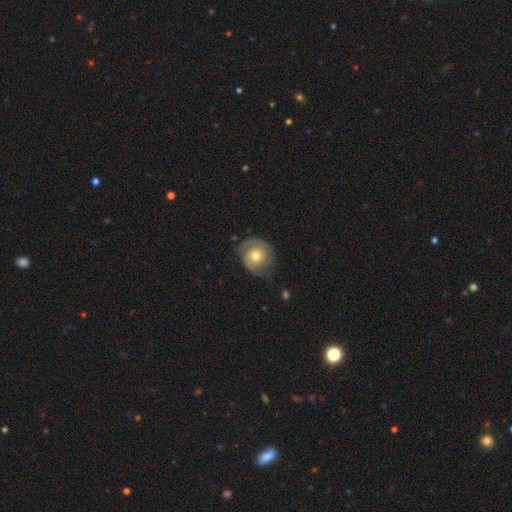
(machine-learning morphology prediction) A featured or disk galaxy (70%) with no bar (80%), 2 (74%) tight (53%) spiral arms (90%) and a moderate central bulge (72%). Merging: none (66%).